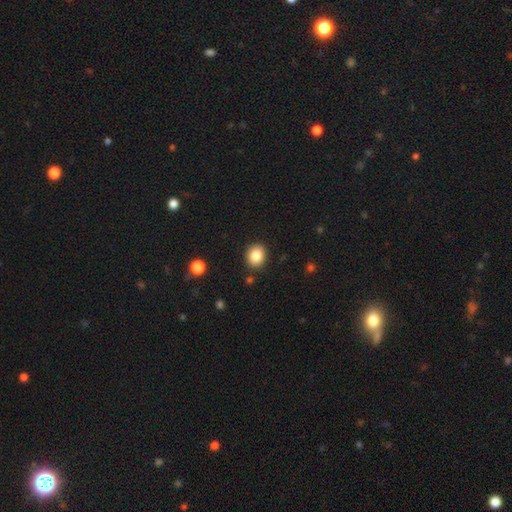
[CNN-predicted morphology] This is clearly a smooth galaxy (85%). How rounded: likely round (65%). Merging: clearly none (88%).